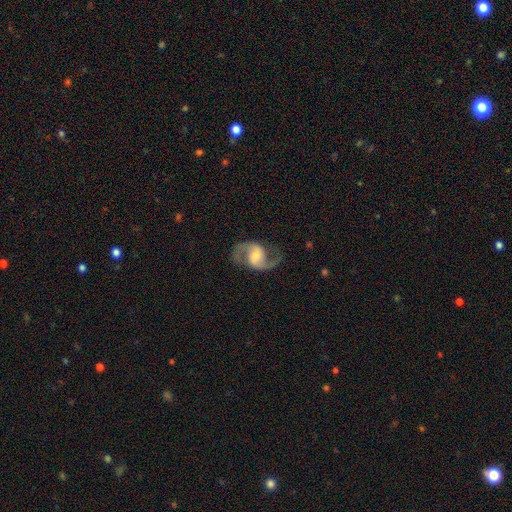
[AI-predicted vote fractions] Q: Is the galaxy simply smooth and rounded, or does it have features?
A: featured or disk — 89%.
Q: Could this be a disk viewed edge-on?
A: no — 98%.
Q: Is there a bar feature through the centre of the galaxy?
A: weak — 43%.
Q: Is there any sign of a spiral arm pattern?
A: yes — 97%.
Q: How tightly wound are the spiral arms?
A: medium — 48%.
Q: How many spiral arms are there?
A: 2 — 94%.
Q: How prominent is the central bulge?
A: moderate — 47%.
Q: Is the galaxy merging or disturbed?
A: none — 80%.